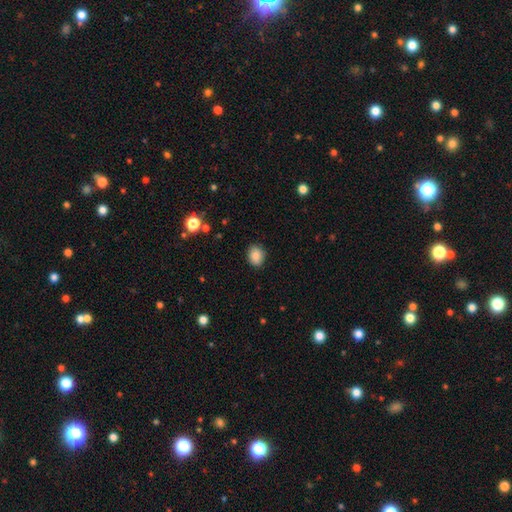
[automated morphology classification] The model was most divided on "how rounded": in between: 50%, round: 49%, cigar-shaped: 1%. More confident: smooth or featured — smooth (87%); merging — none (86%).